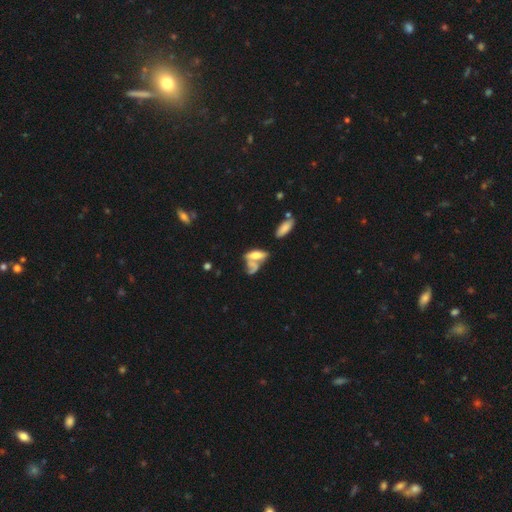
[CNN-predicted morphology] smooth-or-featured: smooth: 52% | featured or disk: 36% | star or artifact: 12%
  how-rounded: in between: 76% | cigar-shaped: 19% | round: 5%
  merging: merger: 45% | none: 24% | major disturbance: 17% | minor disturbance: 13%